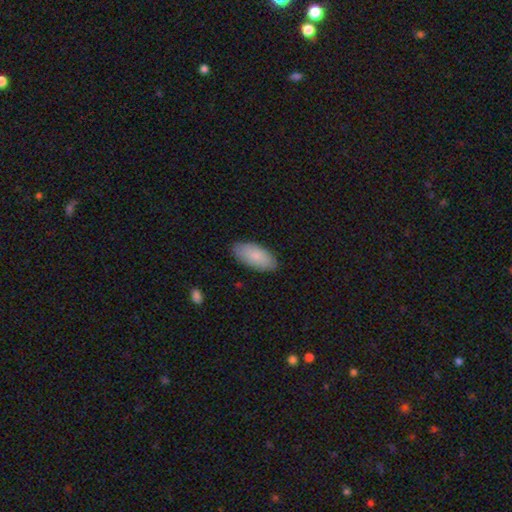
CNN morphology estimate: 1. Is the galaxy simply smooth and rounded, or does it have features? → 82% smooth, 12% featured or disk, 6% star or artifact.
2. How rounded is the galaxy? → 92% in between, 6% cigar-shaped, 2% round.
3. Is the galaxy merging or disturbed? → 84% none, 12% minor disturbance, 2% major disturbance, 1% merger.